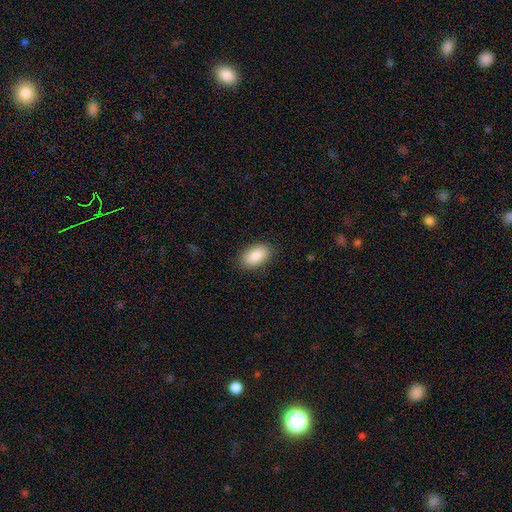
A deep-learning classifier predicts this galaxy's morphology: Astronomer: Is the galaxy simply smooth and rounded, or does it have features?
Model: smooth — 89%.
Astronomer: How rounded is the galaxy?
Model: in between — 94%.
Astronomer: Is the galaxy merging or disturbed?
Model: none — 87%.